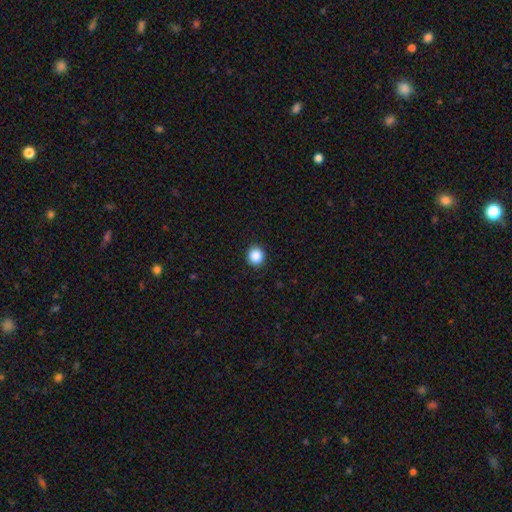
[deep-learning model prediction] A smooth galaxy with no disk features (88%) that is round (92%). Merging: none (92%).